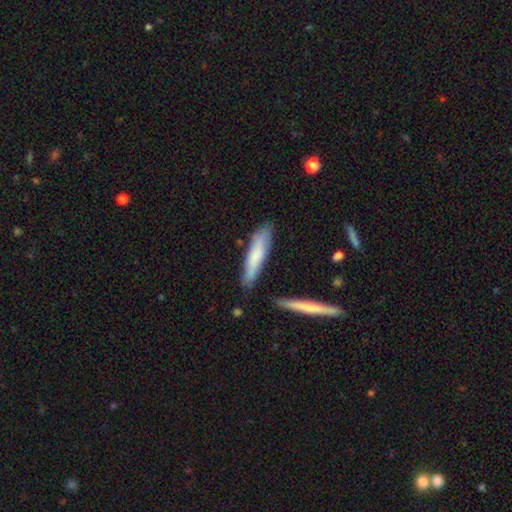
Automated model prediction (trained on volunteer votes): Smooth or featured: smooth — 70% (featured or disk — 24%)
How rounded: cigar-shaped — 84% (in between — 15%)
Merging: none — 77% (minor disturbance — 16%)